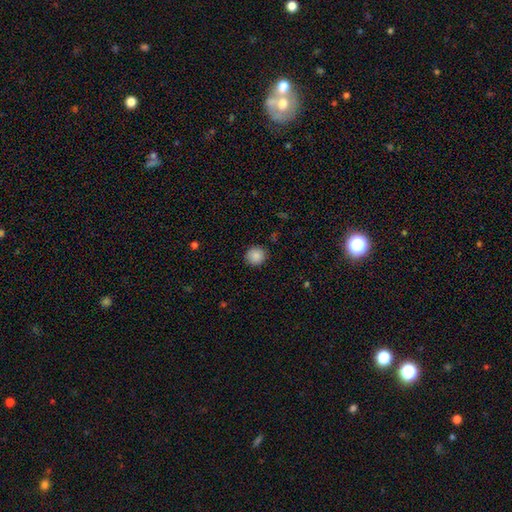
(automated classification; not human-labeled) smooth 88%, star or artifact 9%, featured or disk 4%. Down the decision tree: how rounded — round (92%); merging — none (89%).